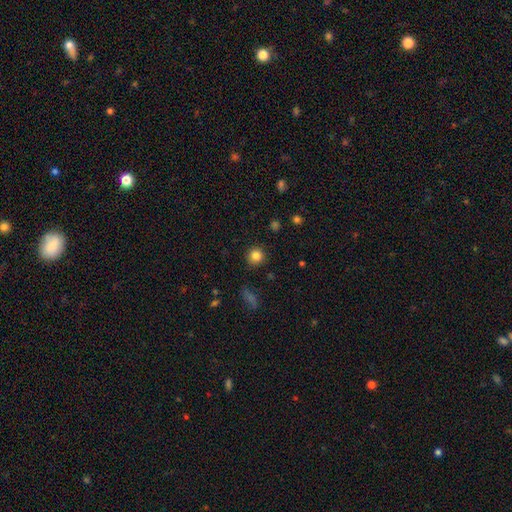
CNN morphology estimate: Smooth or featured? smooth (84%)
How rounded? round (93%)
Merging? none (90%)